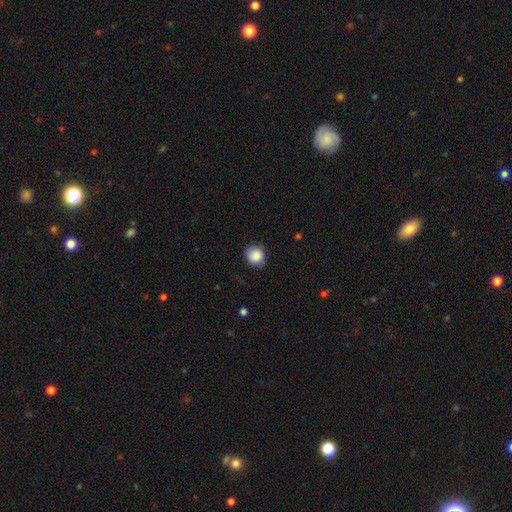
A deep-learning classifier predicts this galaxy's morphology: Smooth or featured? Predicted: smooth (p=0.88). How rounded? Predicted: round (p=0.86). Merging? Predicted: none (p=0.83).